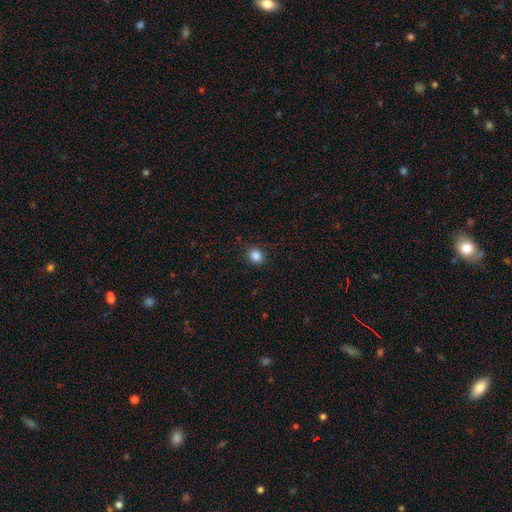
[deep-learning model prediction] smooth_or_featured: smooth (p=0.85) [alt: star or artifact p=0.11]
how_rounded: round (p=0.72) [alt: in between p=0.27]
merging: none (p=0.88) [alt: minor disturbance p=0.09]